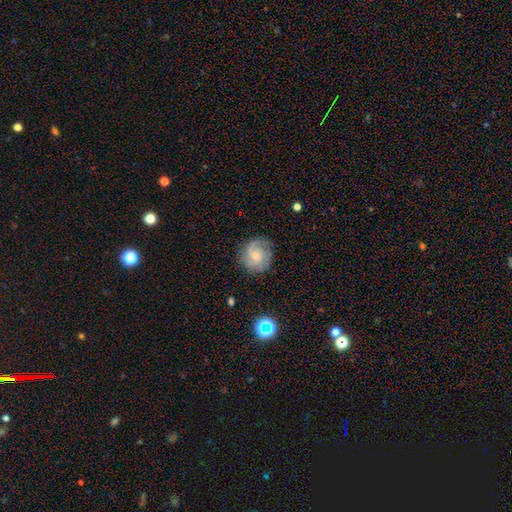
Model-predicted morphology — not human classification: Smooth or featured? featured or disk (69%)
Edge-on disk? no (98%)
Bar? no (66%)
Spiral arms? yes (93%)
Spiral winding? medium (42%, tied with tight)
Spiral arm count? 2 (52%)
Bulge size? small (62%)
Merging? none (77%)